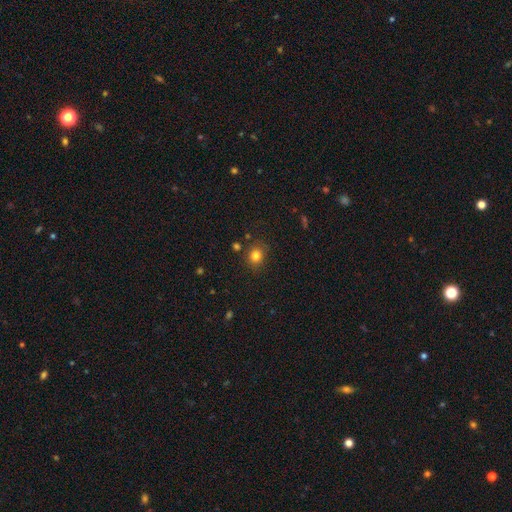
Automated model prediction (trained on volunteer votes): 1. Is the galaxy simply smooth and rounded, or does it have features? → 81% smooth, 13% star or artifact, 6% featured or disk.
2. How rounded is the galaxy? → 72% round, 27% in between, 1% cigar-shaped.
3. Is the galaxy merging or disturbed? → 81% none, 12% minor disturbance, 3% major disturbance, 3% merger.